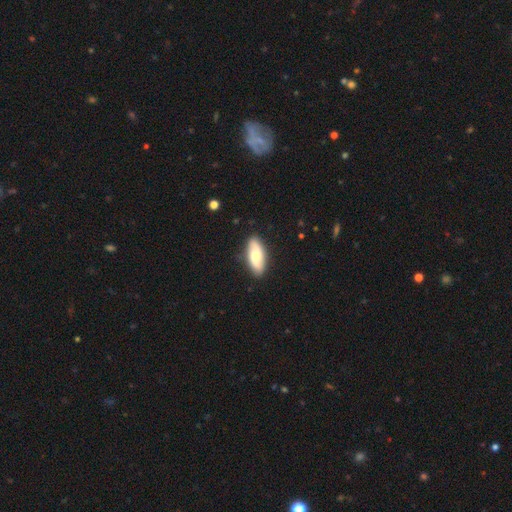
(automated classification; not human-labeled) Morphology: type=smooth (53%); roundness=in between (81%); merging=none (86%).